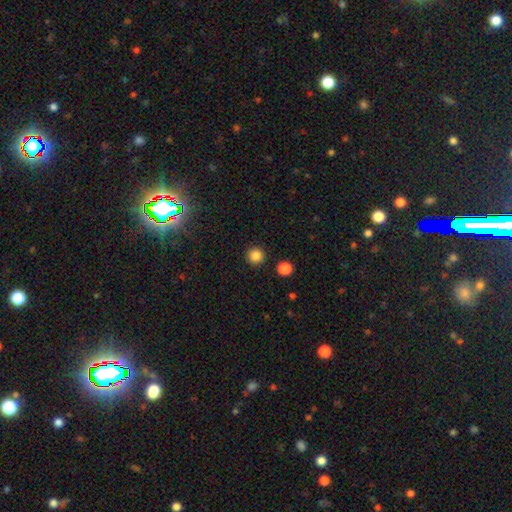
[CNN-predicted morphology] smooth-or-featured: smooth: 84% | star or artifact: 12% | featured or disk: 4%
  how-rounded: round: 94% | in between: 5% | cigar-shaped: 1%
  merging: none: 91% | minor disturbance: 5% | merger: 2% | major disturbance: 2%